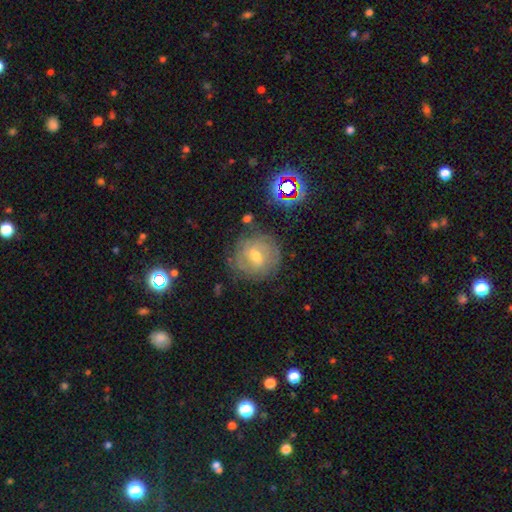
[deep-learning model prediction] Smooth or featured: featured or disk — 61% (smooth — 27%)
Edge-on disk: no — 96% (yes — 4%)
Bar: weak — 51% (no — 35%)
Spiral arms: yes — 77% (no — 23%)
Bulge size: moderate — 65% (small — 30%)
Merging: none — 75% (minor disturbance — 16%)